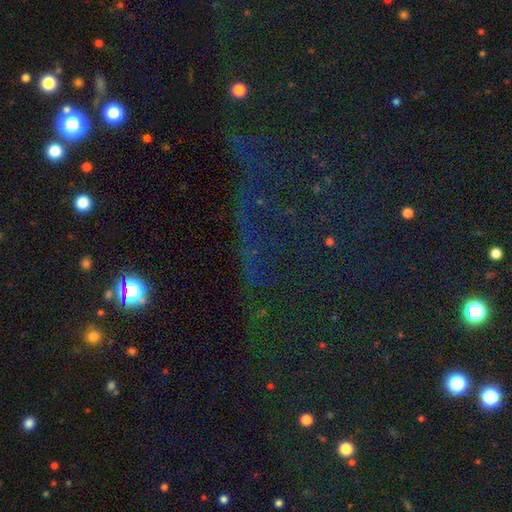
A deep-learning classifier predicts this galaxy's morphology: The model was most divided on "smooth or featured": star or artifact: 73%, smooth: 16%, featured or disk: 11%.